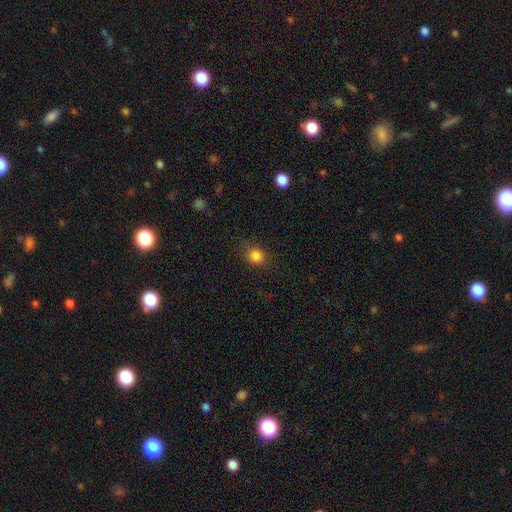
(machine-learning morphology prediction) Smooth or featured? smooth (75%)
How rounded? round (62%)
Merging? none (62%)